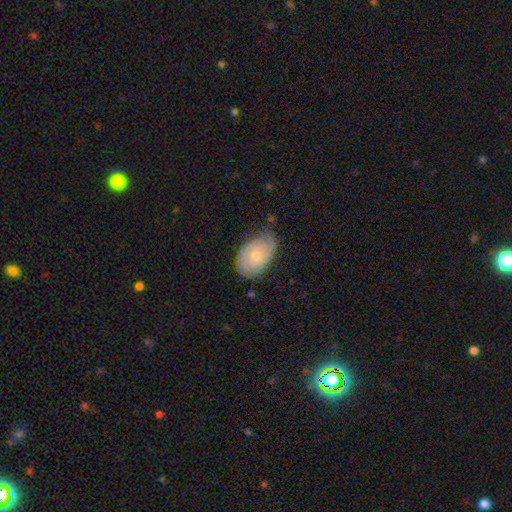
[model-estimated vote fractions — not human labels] A smooth galaxy with no disk features (58%) that is in between round and cigar-shaped (87%). Merging: none (57%).